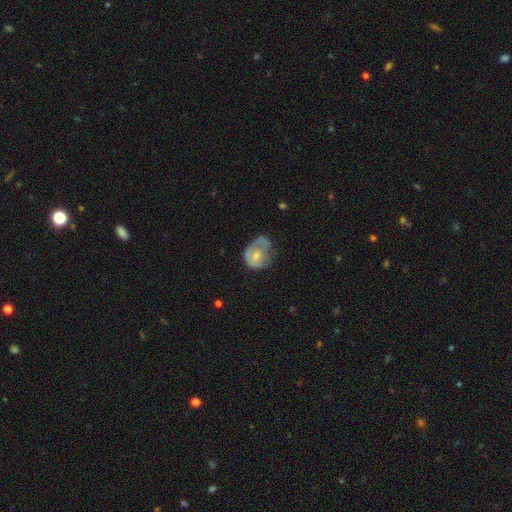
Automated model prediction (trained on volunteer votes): Smooth or featured? Predicted: smooth (p=0.48). Merging? Predicted: minor disturbance (p=0.33).